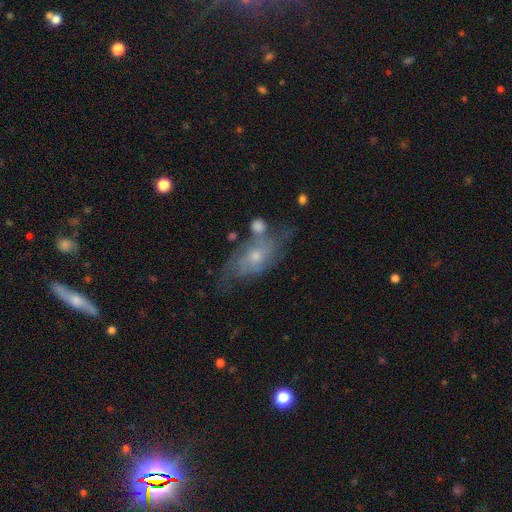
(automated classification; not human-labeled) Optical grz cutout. It shows a featured or disk galaxy (64%) with no bar (78%), spiral arms (74%) and a small central bulge (59%). Merging: none (47%).